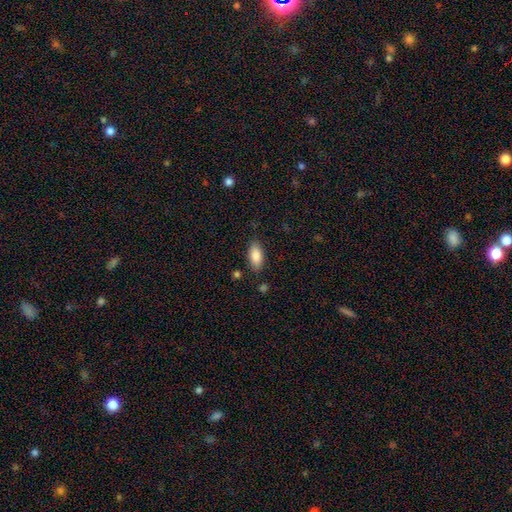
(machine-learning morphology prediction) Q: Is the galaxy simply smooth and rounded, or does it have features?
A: smooth — 86%.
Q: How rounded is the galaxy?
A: in between — 88%.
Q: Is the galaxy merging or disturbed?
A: none — 83%.